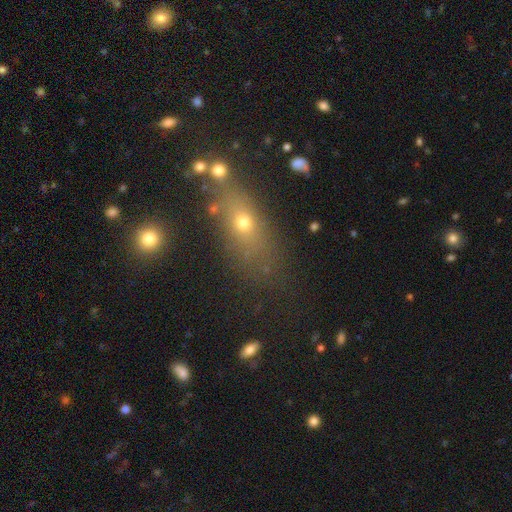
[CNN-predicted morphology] Q: Smooth or featured?
A: smooth (53%); runner-up: star or artifact (26%)
Q: How rounded?
A: in between (55%); runner-up: cigar-shaped (27%)
Q: Merging?
A: none (72%); runner-up: minor disturbance (13%)